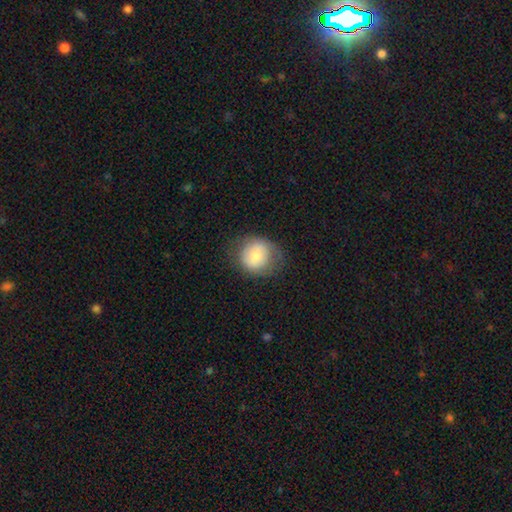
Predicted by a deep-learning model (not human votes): Smooth or featured? smooth (74%)
How rounded? round (82%)
Merging? none (70%)